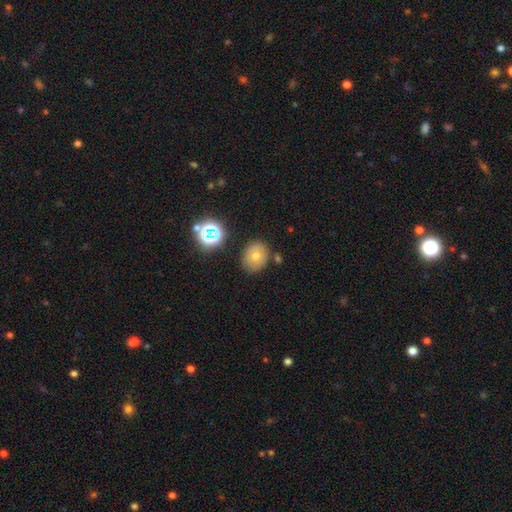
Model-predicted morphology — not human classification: smooth-or-featured: smooth: 65% | featured or disk: 19% | star or artifact: 16%
  how-rounded: round: 63% | in between: 36% | cigar-shaped: 1%
  merging: none: 75% | minor disturbance: 15% | merger: 6% | major disturbance: 4%